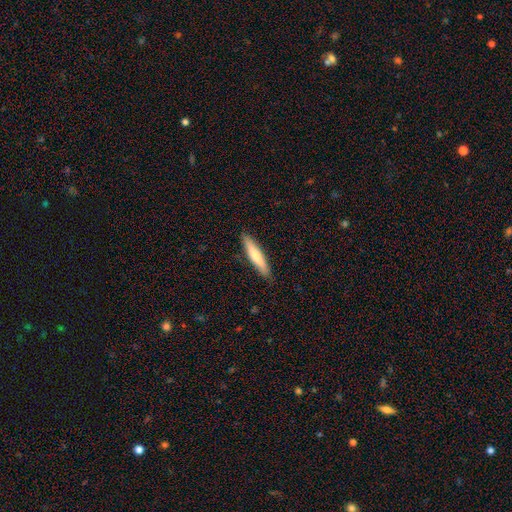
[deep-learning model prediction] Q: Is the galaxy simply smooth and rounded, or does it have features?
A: smooth — 68%.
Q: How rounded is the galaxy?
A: cigar-shaped — 88%.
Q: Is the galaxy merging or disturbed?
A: none — 89%.